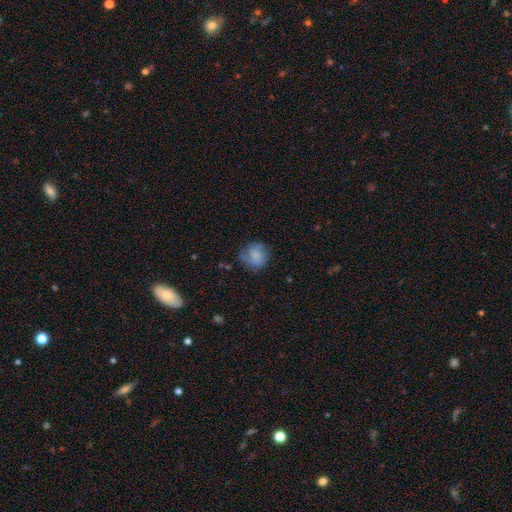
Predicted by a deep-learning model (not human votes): smooth-or-featured: smooth: 70% | featured or disk: 20% | star or artifact: 9%
  how-rounded: round: 80% | in between: 19% | cigar-shaped: 1%
  merging: none: 61% | minor disturbance: 25% | major disturbance: 13% | merger: 2%